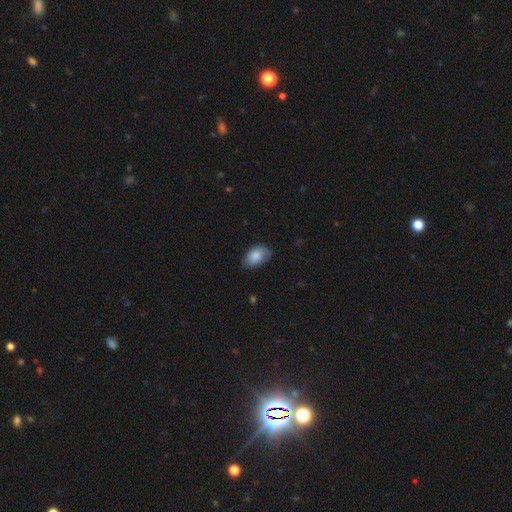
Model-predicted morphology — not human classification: The model was most divided on "merging": none: 67%, minor disturbance: 27%, major disturbance: 4%, merger: 1%. More confident: how rounded — in between (90%); smooth or featured — smooth (83%).